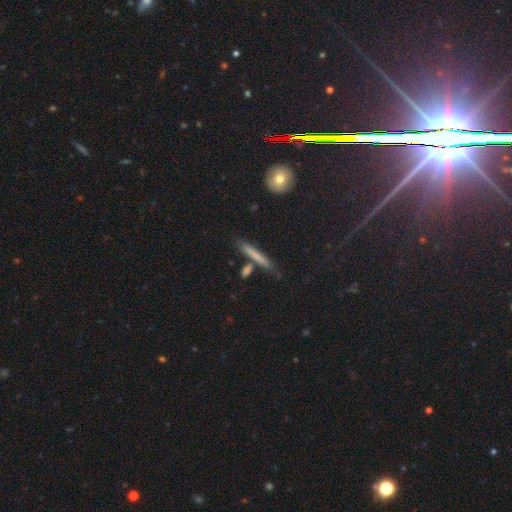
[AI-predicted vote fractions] smooth_or_featured: smooth (p=0.65) [alt: featured or disk p=0.27]
how_rounded: cigar-shaped (p=0.92) [alt: in between p=0.05]
merging: none (p=0.74) [alt: minor disturbance p=0.13]